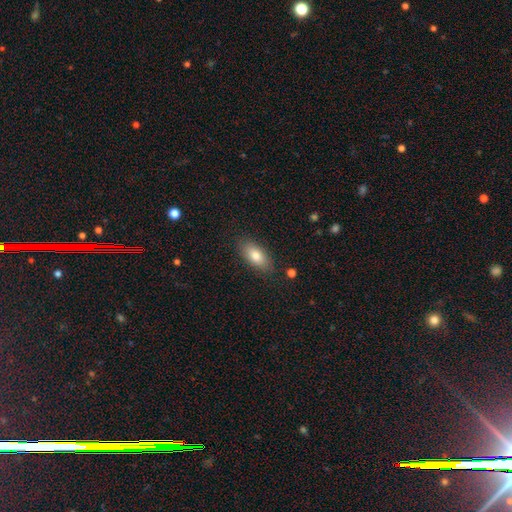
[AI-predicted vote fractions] smooth_or_featured: smooth (p=0.79) [alt: featured or disk p=0.13]
how_rounded: in between (p=0.89) [alt: cigar-shaped p=0.08]
merging: none (p=0.85) [alt: minor disturbance p=0.11]